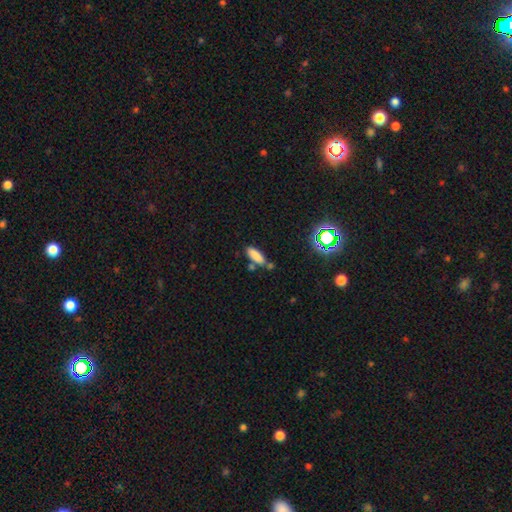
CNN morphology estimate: smooth 82%, star or artifact 12%, featured or disk 7%. Down the decision tree: how rounded — in between (60%); merging — none (66%).